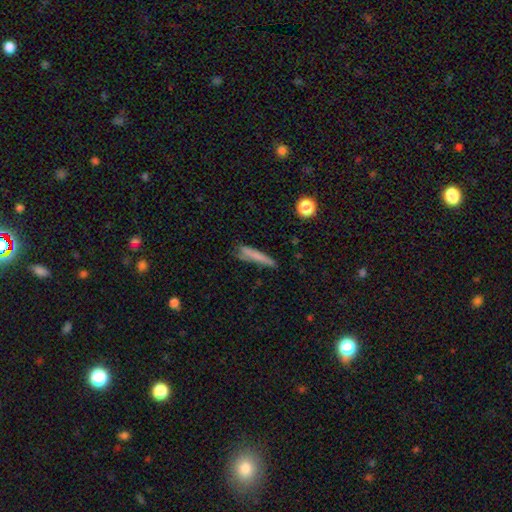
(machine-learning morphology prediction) A smooth galaxy with no disk features (68%) that is cigar-shaped (92%).

Vote fractions:
- Smooth or featured? smooth: 68% / featured or disk: 24% / star or artifact: 9%
- How rounded? cigar-shaped: 92% / in between: 6% / round: 2%
- Merging? none: 68% / minor disturbance: 21% / major disturbance: 6% / merger: 4%